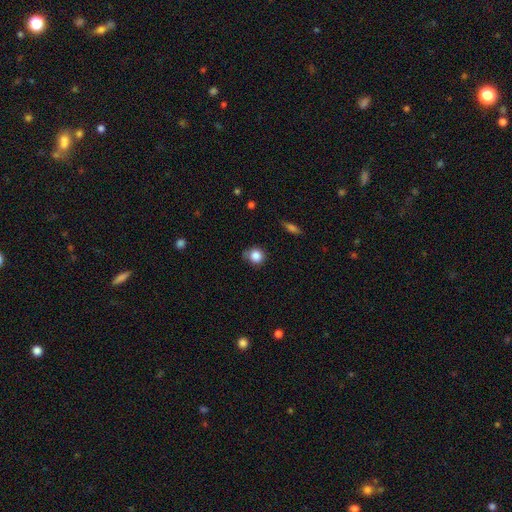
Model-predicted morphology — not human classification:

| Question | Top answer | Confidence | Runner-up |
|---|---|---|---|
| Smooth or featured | smooth | 85% | star or artifact (10%) |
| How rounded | round | 87% | in between (12%) |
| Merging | none | 67% | minor disturbance (24%) |